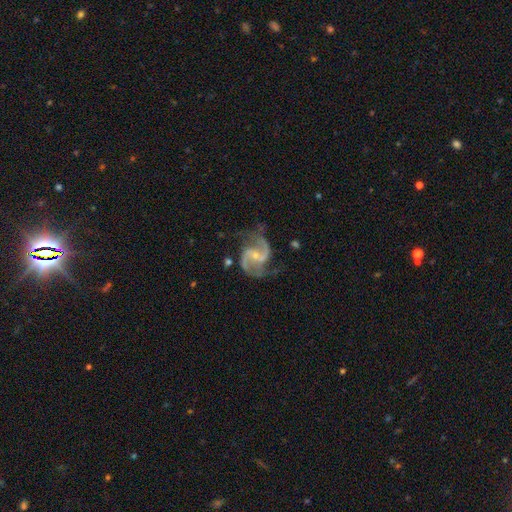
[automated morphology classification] featured or disk 92%, star or artifact 4%, smooth 4%. Down the decision tree: edge-on disk — no (98%); bar — weak (46%); spiral arms — yes (98%); spiral arm count — 2 (91%); spiral winding — medium (56%); bulge size — small (66%); merging — none (68%).